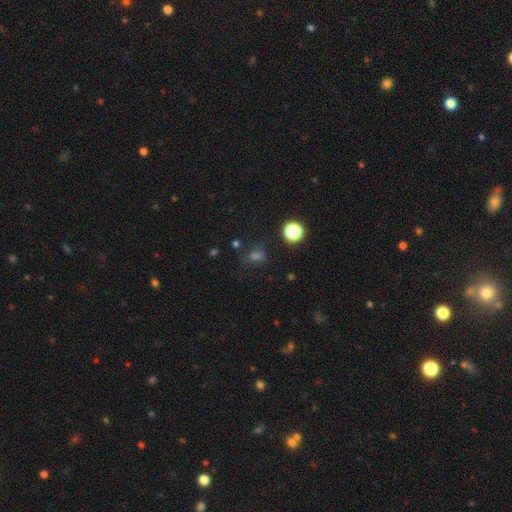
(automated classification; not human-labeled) Overall: smooth (55%; star or artifact 36%). How rounded: round (52%; in between 46%). Merging: none (68%).